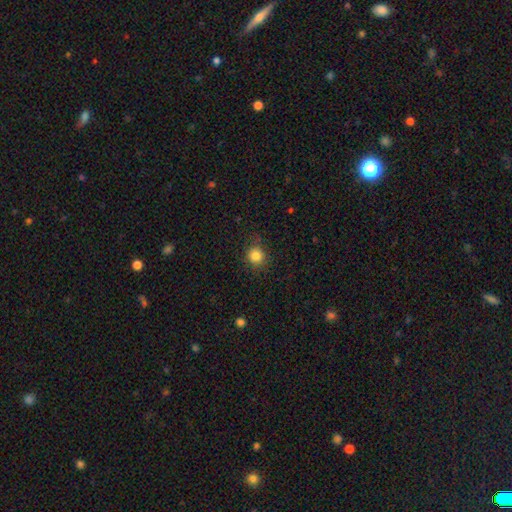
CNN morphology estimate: Smooth or featured? smooth (84%)
How rounded? round (88%)
Merging? none (84%)